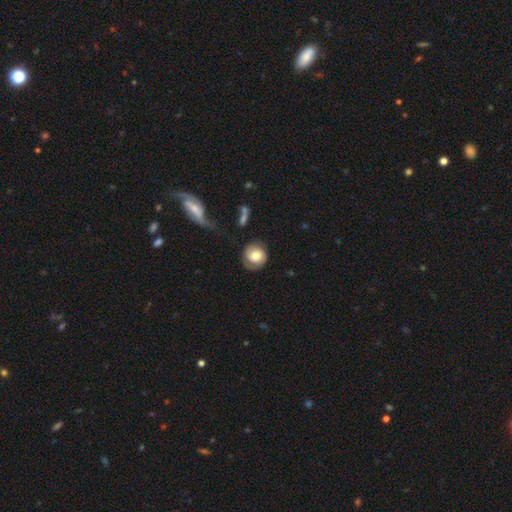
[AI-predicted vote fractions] This is possibly a smooth galaxy (52%). How rounded: clearly round (84%). Merging: likely none (64%).